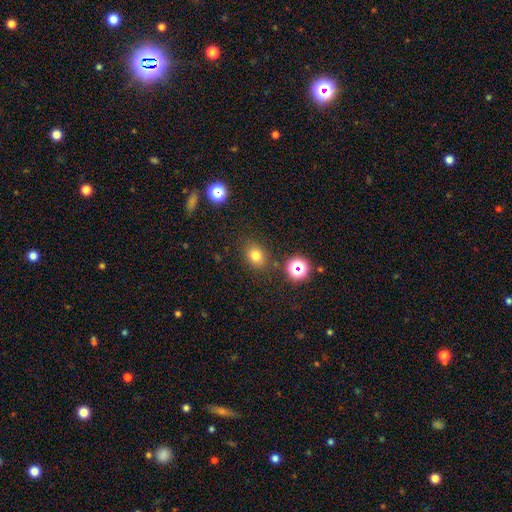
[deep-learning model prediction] Smooth or featured? Predicted: smooth (p=0.75). How rounded? Predicted: round (p=0.64). Merging? Predicted: none (p=0.83).